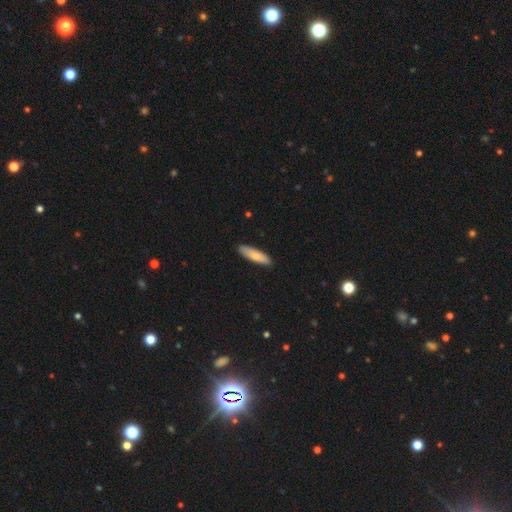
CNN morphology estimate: This is likely a smooth galaxy (77%). How rounded: likely cigar-shaped (64%). Merging: clearly none (88%).